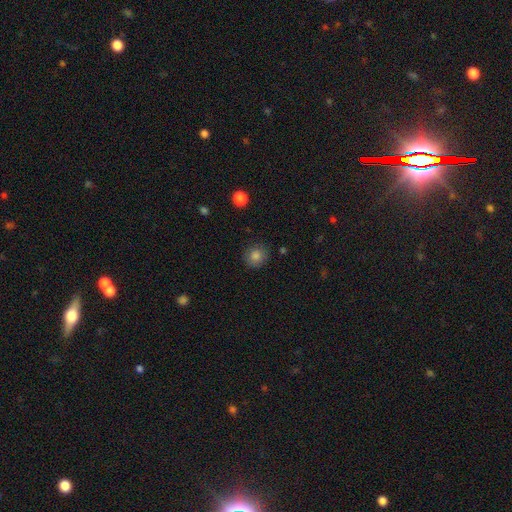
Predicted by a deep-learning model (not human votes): smooth-or-featured: smooth: 83% | star or artifact: 11% | featured or disk: 6%
  how-rounded: round: 87% | in between: 12% | cigar-shaped: 1%
  merging: none: 86% | minor disturbance: 10% | major disturbance: 2% | merger: 1%